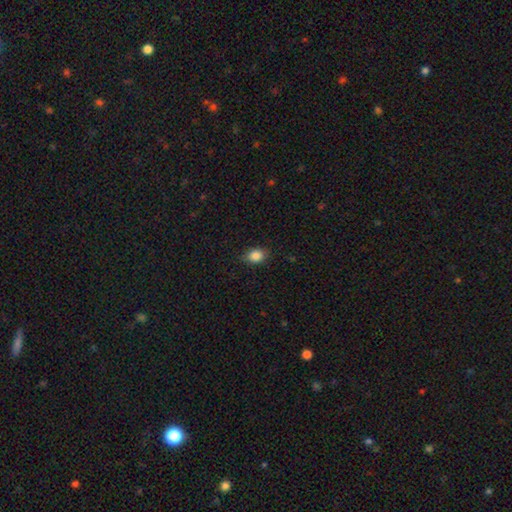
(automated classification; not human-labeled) Smooth or featured? smooth (86%)
How rounded? in between (61%)
Merging? none (84%)